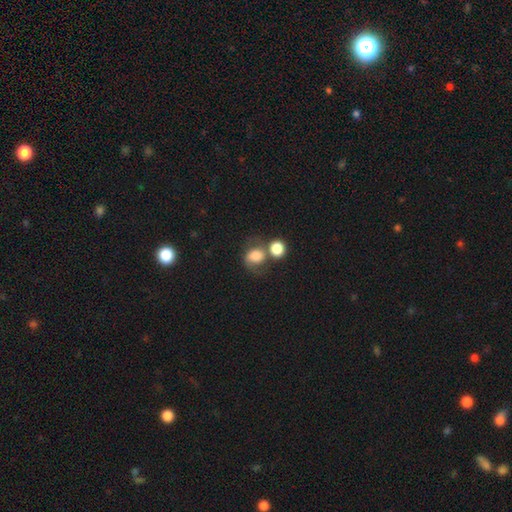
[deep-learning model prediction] Smooth or featured?
  - smooth: 62% *
  - featured or disk: 28%
  - star or artifact: 10%
How rounded?
  - round: 68% *
  - in between: 31%
  - cigar-shaped: 1%
Merging?
  - merger: 42% *
  - none: 33%
  - minor disturbance: 13%
  - major disturbance: 12%